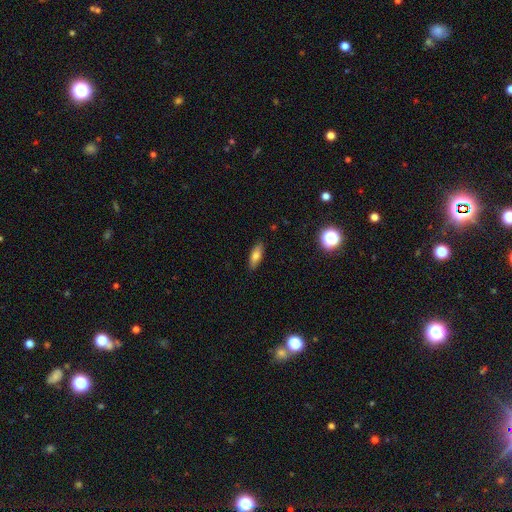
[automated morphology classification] type=smooth (72%); roundness=in between (65%); merging=none (87%).